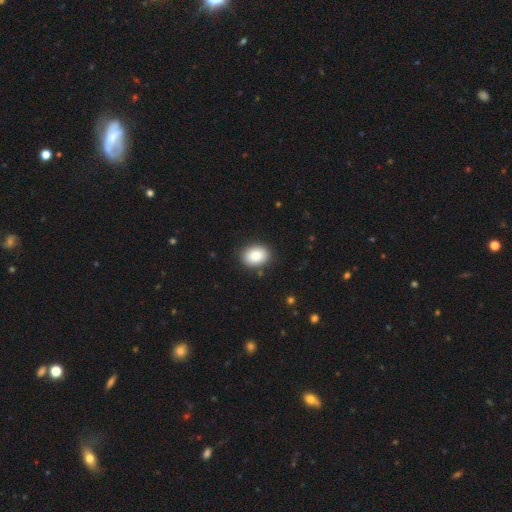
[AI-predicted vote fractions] This is clearly a smooth galaxy (86%). How rounded: likely in between (68%). Merging: clearly none (88%).